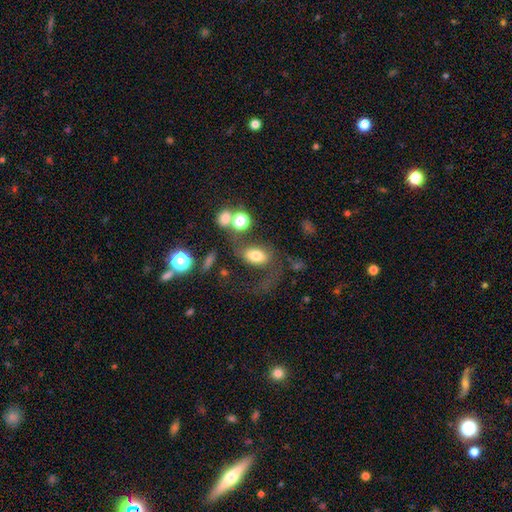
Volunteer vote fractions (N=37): Morphology: type=smooth (59%); roundness=in between (91%); merging=none (49%).